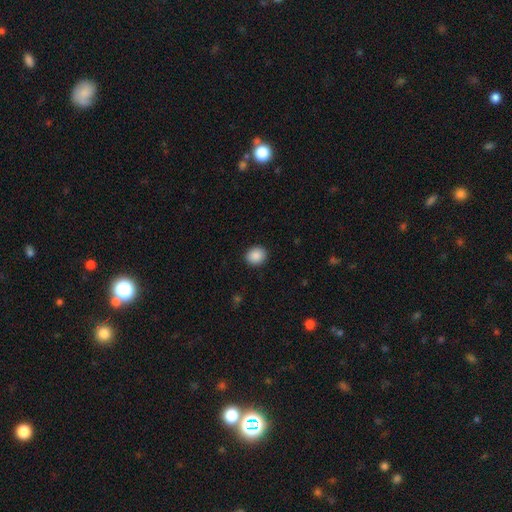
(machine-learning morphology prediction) Smooth or featured? Predicted: smooth (p=0.89). How rounded? Predicted: round (p=0.74). Merging? Predicted: none (p=0.91).